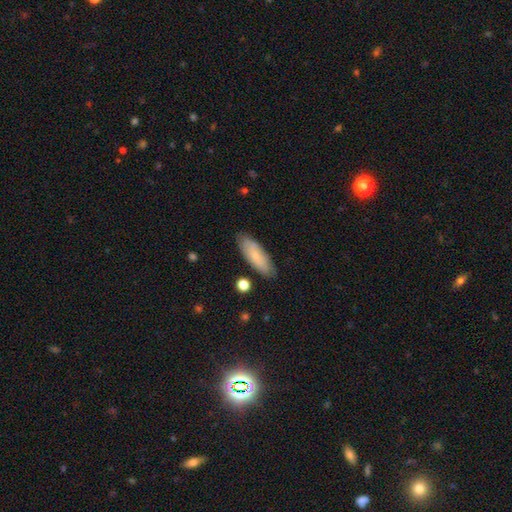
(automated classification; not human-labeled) This is likely a smooth galaxy (72%). How rounded: possibly in between (60%). Merging: clearly none (82%).